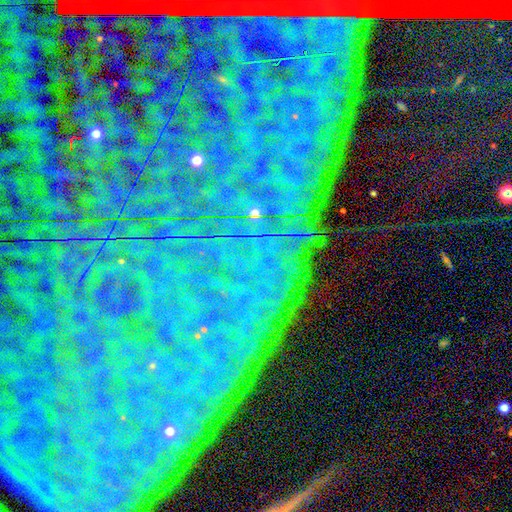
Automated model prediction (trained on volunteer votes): star or artifact 84%, featured or disk 9%, smooth 8%.